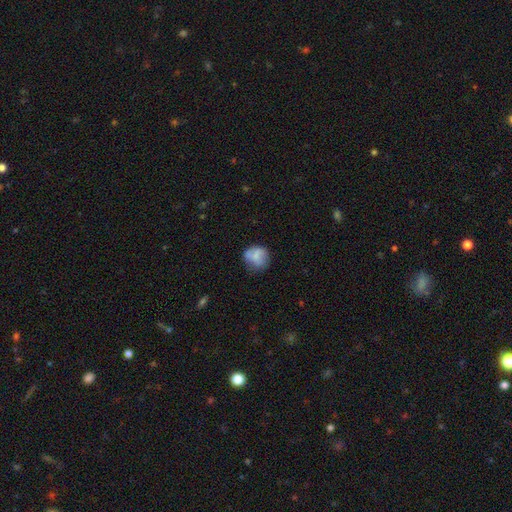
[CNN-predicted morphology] A smooth galaxy with no disk features (68%) that is round (76%).

Vote fractions:
- Smooth or featured? smooth: 68% / featured or disk: 24% / star or artifact: 9%
- How rounded? round: 76% / in between: 23% / cigar-shaped: 1%
- Merging? none: 56% / minor disturbance: 28% / major disturbance: 12% / merger: 4%